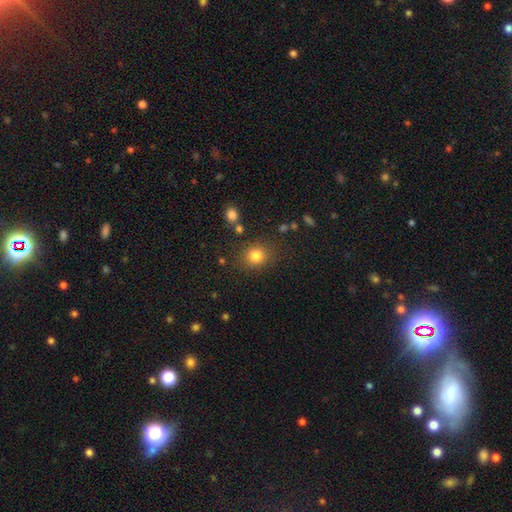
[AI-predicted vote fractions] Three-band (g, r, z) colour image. It shows a smooth galaxy with no disk features (82%) that is round (76%). Merging: none (81%).